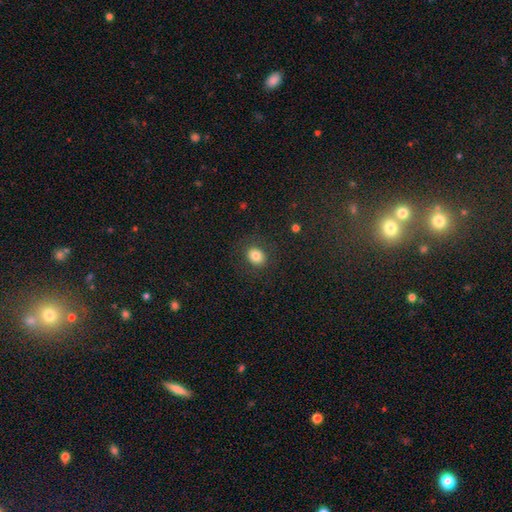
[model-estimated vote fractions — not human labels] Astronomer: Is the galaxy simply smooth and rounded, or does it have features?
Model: smooth — 81%.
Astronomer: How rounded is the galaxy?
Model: round — 61% (runner-up: in between, 38%).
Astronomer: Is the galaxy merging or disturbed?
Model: none — 86%.